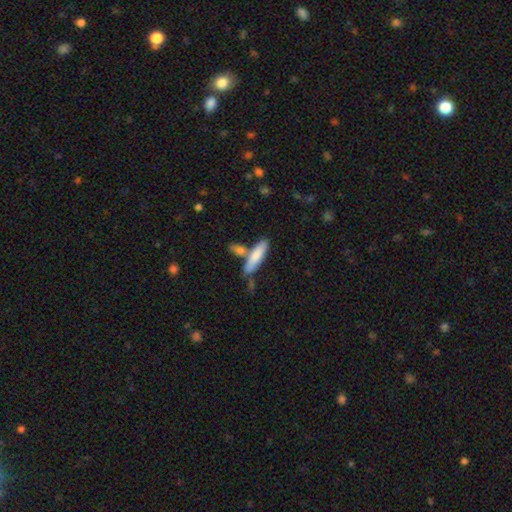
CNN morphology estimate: Smooth or featured: smooth — 79% (featured or disk — 16%)
How rounded: cigar-shaped — 67% (in between — 31%)
Merging: none — 59% (merger — 23%)